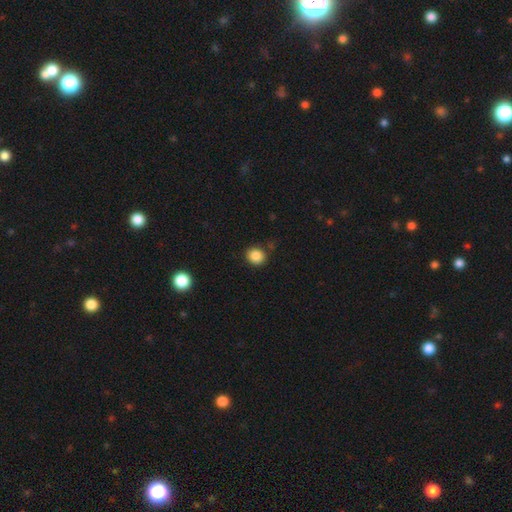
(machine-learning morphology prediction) smooth-or-featured: smooth: 86% | star or artifact: 10% | featured or disk: 4%
  how-rounded: round: 81% | in between: 18% | cigar-shaped: 1%
  merging: none: 85% | minor disturbance: 10% | merger: 3% | major disturbance: 3%